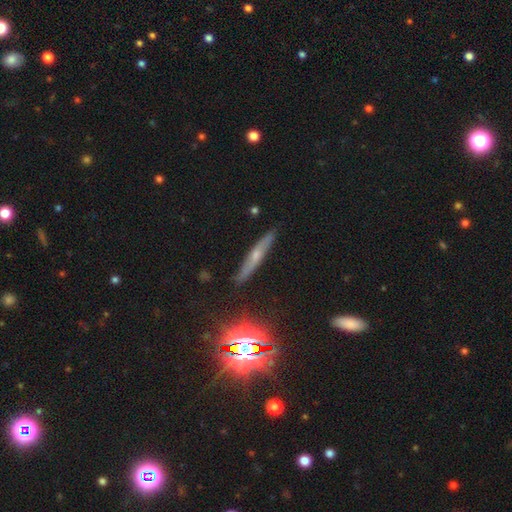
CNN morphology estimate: A featured or disk galaxy (55%) viewed edge-on (90%).

Vote fractions:
- Smooth or featured? featured or disk: 55% / smooth: 32% / star or artifact: 13%
- Edge-on disk? yes: 90% / no: 10%
- Merging? none: 85% / minor disturbance: 12% / major disturbance: 2% / merger: 1%